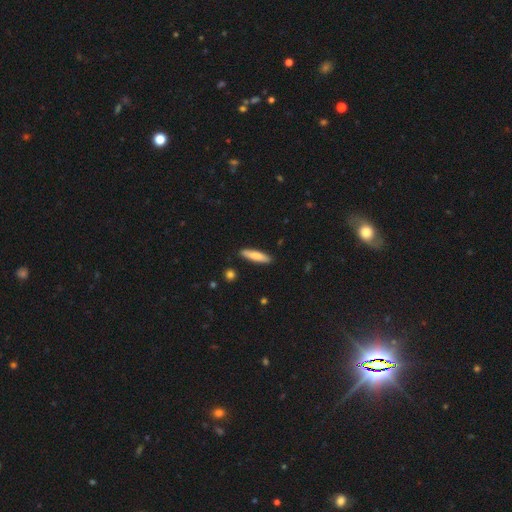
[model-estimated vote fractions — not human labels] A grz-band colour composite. It shows a smooth galaxy with no disk features (79%) that is cigar-shaped (78%). Merging: none (89%).